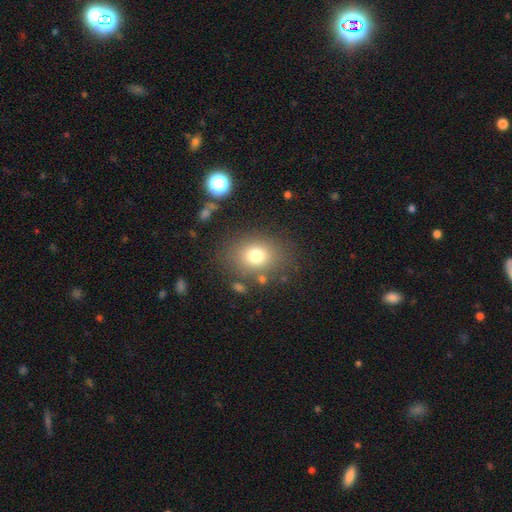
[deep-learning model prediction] Smooth or featured? Predicted: smooth (p=0.76). How rounded? Predicted: round (p=0.52). Merging? Predicted: none (p=0.79).